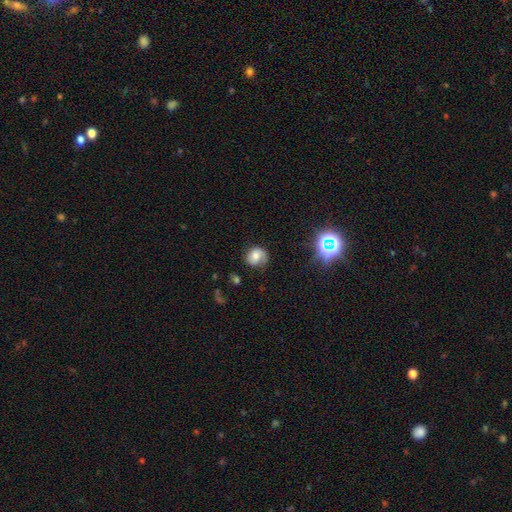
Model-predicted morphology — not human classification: smooth 49%, featured or disk 39%, star or artifact 12%. Down the decision tree: merging — none (65%).